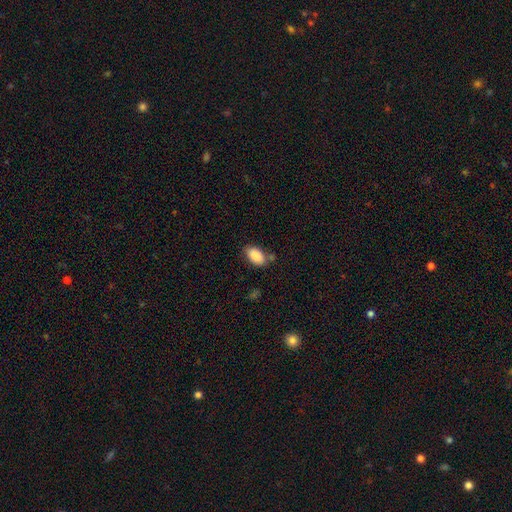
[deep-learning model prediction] The model was most divided on "merging": none: 71%, minor disturbance: 17%, merger: 8%, major disturbance: 4%. More confident: how rounded — in between (93%); smooth or featured — smooth (89%).